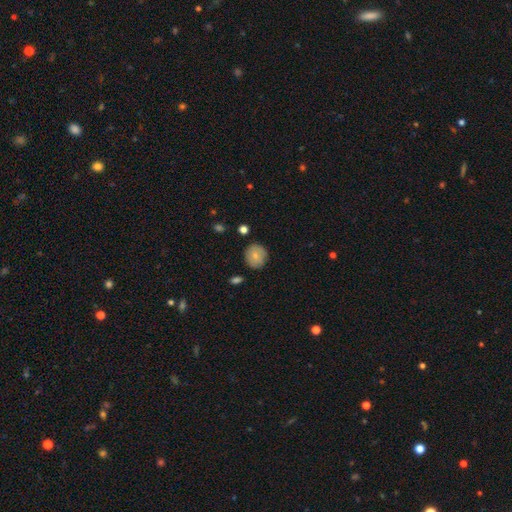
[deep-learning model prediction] Smooth or featured?
  - smooth: 73% *
  - featured or disk: 19%
  - star or artifact: 8%
How rounded?
  - round: 82% *
  - in between: 17%
  - cigar-shaped: 1%
Merging?
  - none: 82% *
  - minor disturbance: 13%
  - major disturbance: 3%
  - merger: 2%